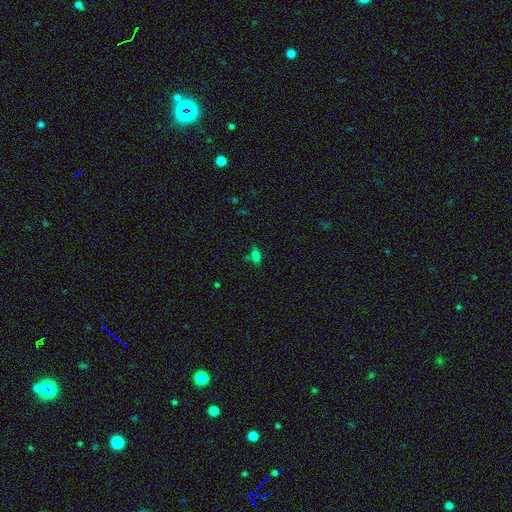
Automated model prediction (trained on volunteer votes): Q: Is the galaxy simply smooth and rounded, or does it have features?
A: smooth — 69%.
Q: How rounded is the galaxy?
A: in between — 79%.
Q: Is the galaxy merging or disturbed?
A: none — 67%.